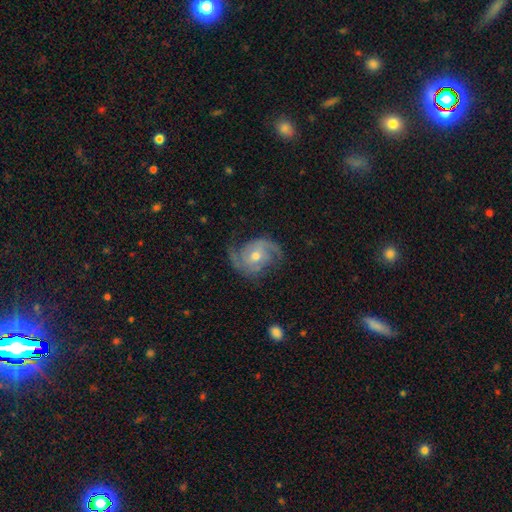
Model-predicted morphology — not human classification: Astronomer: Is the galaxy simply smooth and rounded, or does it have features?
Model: featured or disk — 87%.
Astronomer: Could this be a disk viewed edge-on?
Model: no — 97%.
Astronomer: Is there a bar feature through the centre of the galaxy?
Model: no — 63%.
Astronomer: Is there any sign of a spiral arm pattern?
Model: yes — 97%.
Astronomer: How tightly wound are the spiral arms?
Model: medium — 48% (runner-up: tight, 31%).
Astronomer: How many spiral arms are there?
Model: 2 — 81%.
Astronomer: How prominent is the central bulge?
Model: moderate — 66%.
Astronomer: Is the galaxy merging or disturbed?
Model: none — 72%.